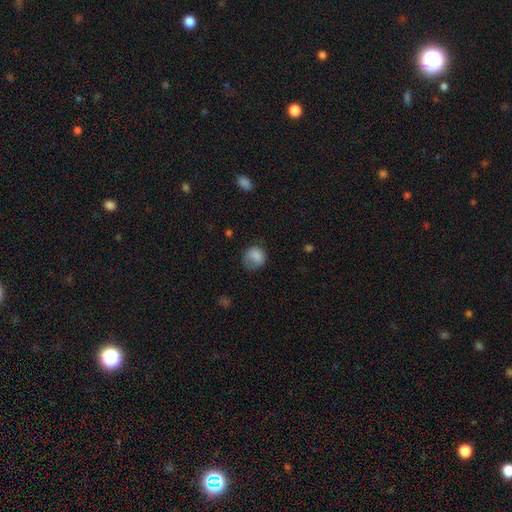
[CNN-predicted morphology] A smooth galaxy with no disk features (82%) that is round (74%). Merging: none (53%).